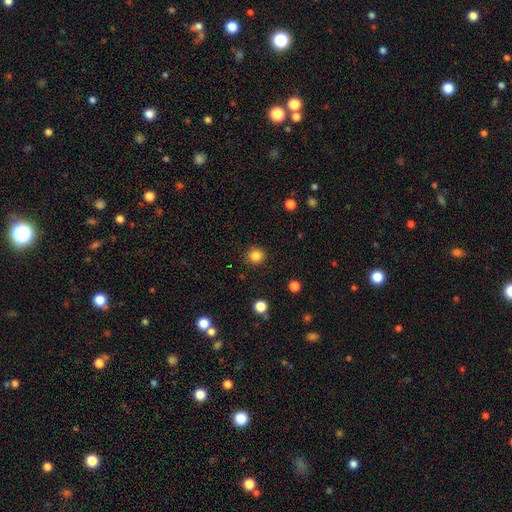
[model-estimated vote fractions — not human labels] smooth 84%, star or artifact 12%, featured or disk 4%. Down the decision tree: how rounded — round (93%); merging — none (91%).